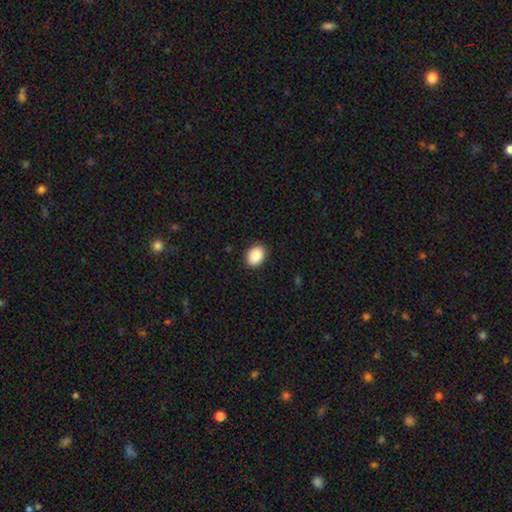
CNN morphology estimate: smooth 90%, star or artifact 7%, featured or disk 3%. Down the decision tree: how rounded — in between (71%); merging — none (90%).